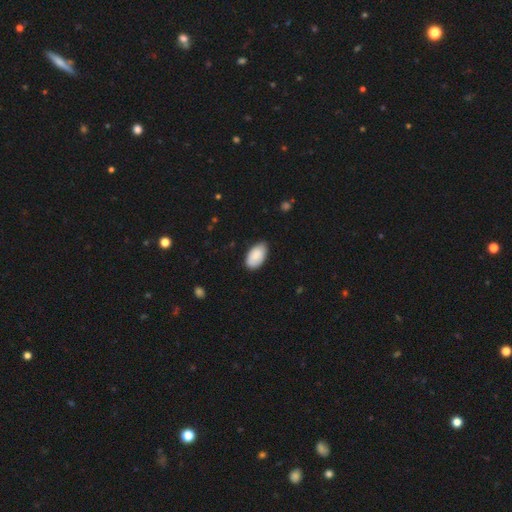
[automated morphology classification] smooth-or-featured: smooth: 89% | star or artifact: 6% | featured or disk: 6%
  how-rounded: in between: 95% | round: 3% | cigar-shaped: 1%
  merging: none: 77% | minor disturbance: 20% | major disturbance: 3% | merger: 1%